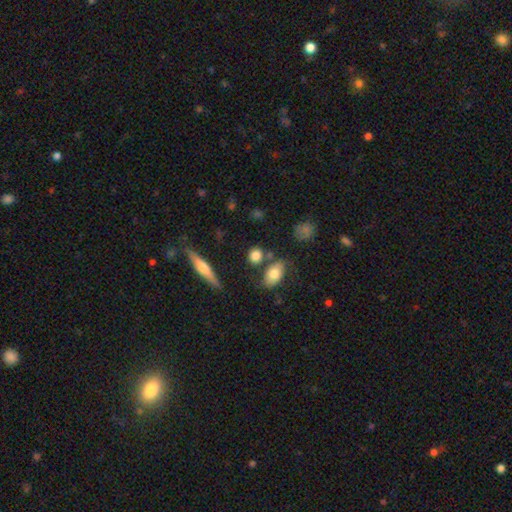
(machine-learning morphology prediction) smooth-or-featured: smooth: 79% | featured or disk: 12% | star or artifact: 10%
  how-rounded: round: 57% | in between: 37% | cigar-shaped: 5%
  merging: none: 70% | merger: 13% | minor disturbance: 13% | major disturbance: 4%